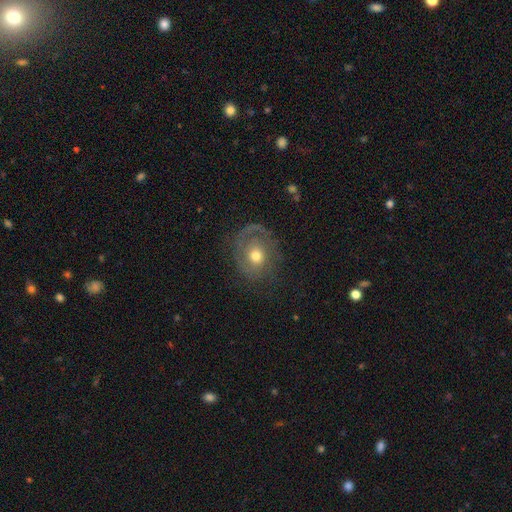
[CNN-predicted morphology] type=featured or disk (59%); edge-on=no (96%); bar=no (83%); spiral arms=yes (73%); bulge=moderate (68%); merging=none (65%).